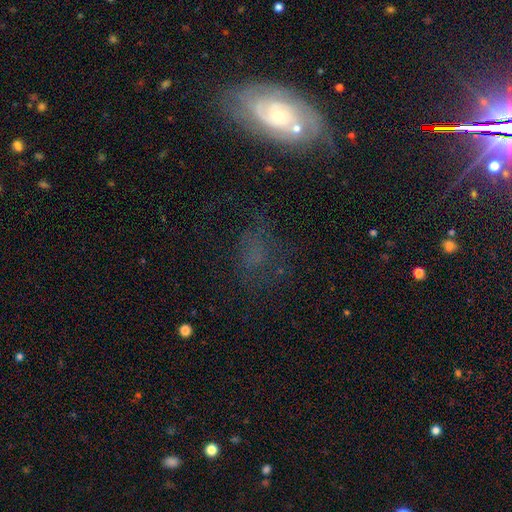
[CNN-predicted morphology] The model was most divided on "smooth or featured": featured or disk: 41%, smooth: 34%, star or artifact: 25%. More confident: merging — none (57%).